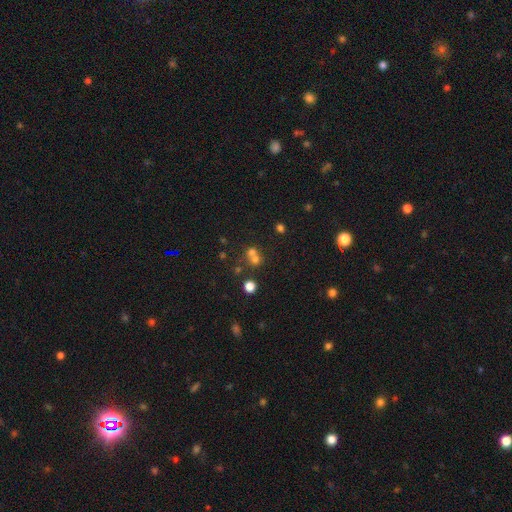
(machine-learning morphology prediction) The model was most divided on "merging": merger: 54%, none: 37%, minor disturbance: 6%, major disturbance: 3%. More confident: how rounded — round (81%); smooth or featured — smooth (61%).